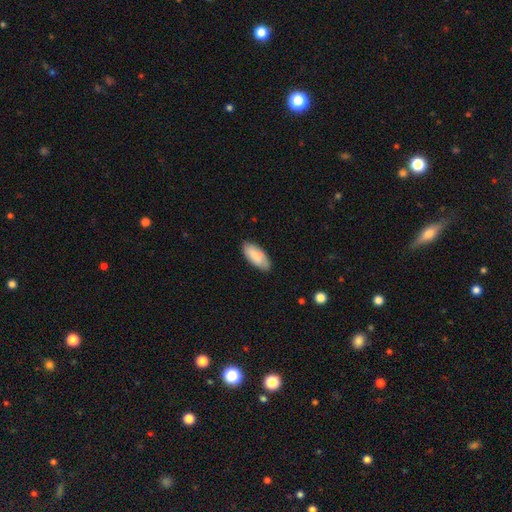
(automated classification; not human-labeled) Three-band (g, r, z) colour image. It shows a smooth galaxy with no disk features (79%) that is in between round and cigar-shaped (89%). Merging: none (82%).